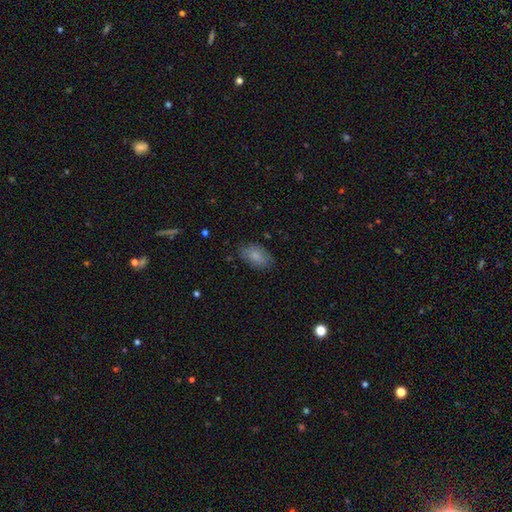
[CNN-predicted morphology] smooth_or_featured: smooth (p=0.81) [alt: featured or disk p=0.12]
how_rounded: in between (p=0.92) [alt: round p=0.05]
merging: none (p=0.77) [alt: minor disturbance p=0.18]